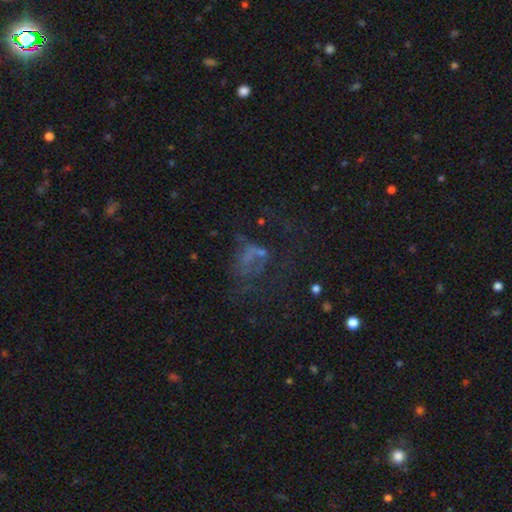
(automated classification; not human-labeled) Smooth or featured? Predicted: featured or disk (p=0.41). Merging? Predicted: major disturbance (p=0.45).